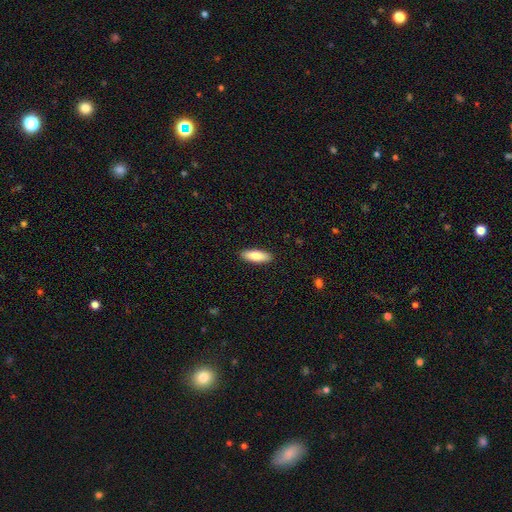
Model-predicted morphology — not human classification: type=smooth (80%); roundness=in between (59%); merging=none (91%).